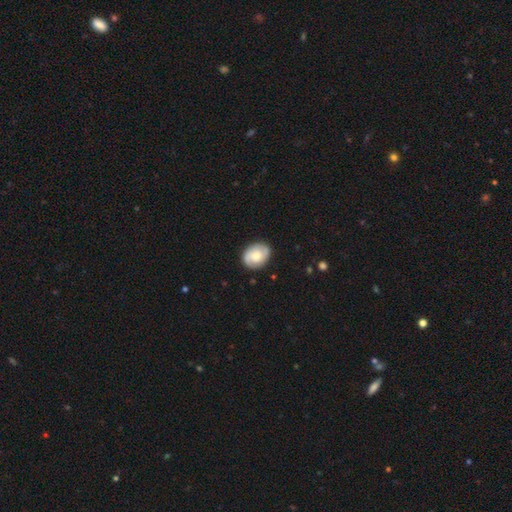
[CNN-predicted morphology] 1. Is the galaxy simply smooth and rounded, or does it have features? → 49% featured or disk, 44% smooth, 7% star or artifact.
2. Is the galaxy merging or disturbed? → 85% none, 11% minor disturbance, 3% major disturbance, 1% merger.